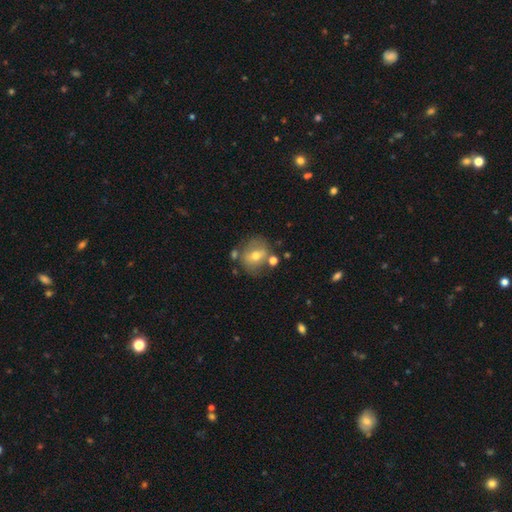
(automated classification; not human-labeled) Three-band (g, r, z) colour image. It shows a smooth galaxy with no disk features (52%) that is round (64%). Merging: none (62%).